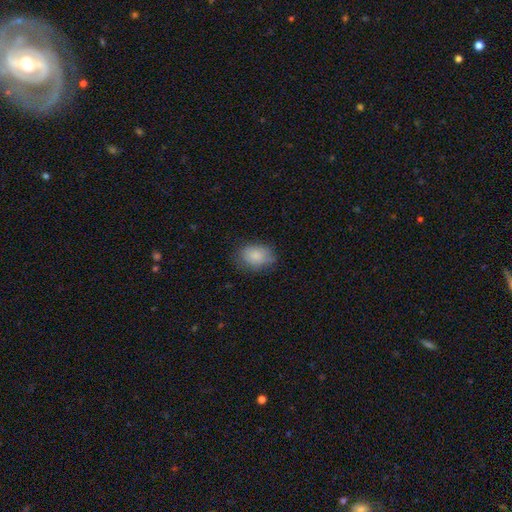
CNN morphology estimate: Smooth or featured? smooth (85%)
How rounded? in between (70%)
Merging? none (74%)